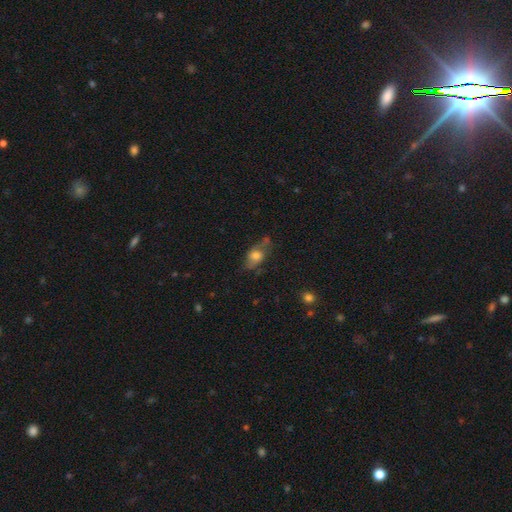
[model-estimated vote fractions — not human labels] Q: Smooth or featured?
A: smooth (56%); runner-up: featured or disk (34%)
Q: How rounded?
A: in between (77%); runner-up: round (16%)
Q: Merging?
A: none (53%); runner-up: minor disturbance (28%)